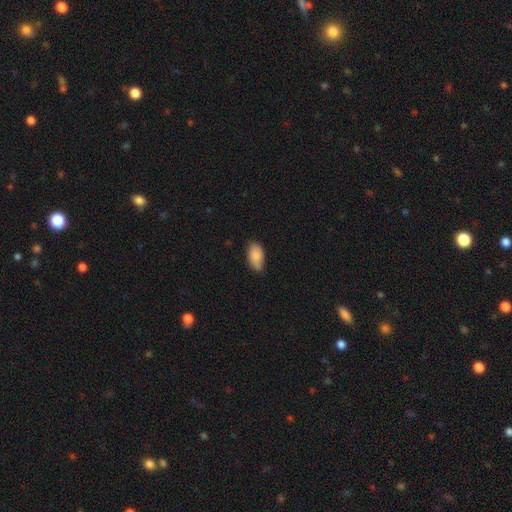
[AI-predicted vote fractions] Smooth or featured? smooth (86%)
How rounded? in between (94%)
Merging? none (69%)